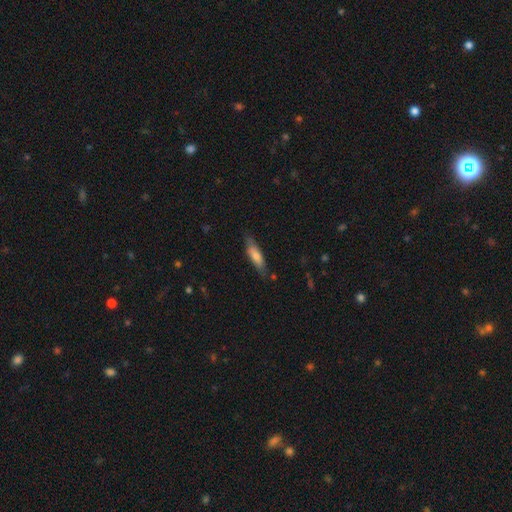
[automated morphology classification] Q: Smooth or featured?
A: smooth (67%); runner-up: featured or disk (27%)
Q: How rounded?
A: cigar-shaped (69%); runner-up: in between (29%)
Q: Merging?
A: none (76%); runner-up: minor disturbance (18%)